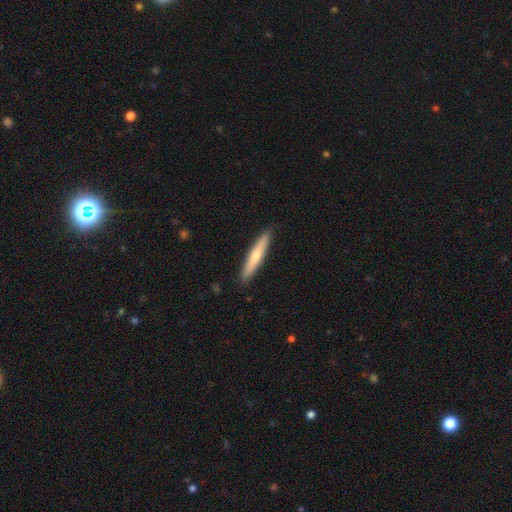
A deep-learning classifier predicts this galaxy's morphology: The model was most divided on "smooth or featured": smooth: 58%, featured or disk: 36%, star or artifact: 5%. More confident: how rounded — cigar-shaped (92%); merging — none (91%).